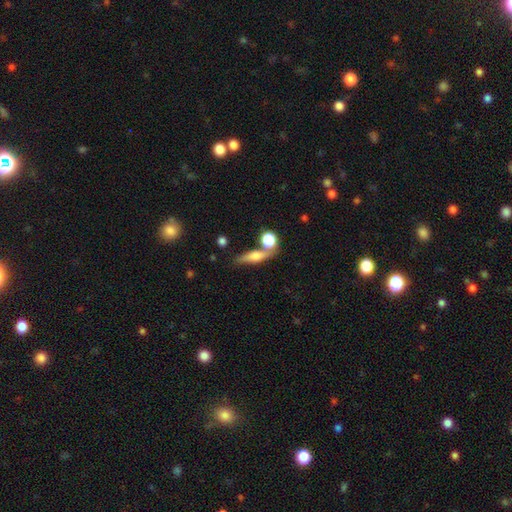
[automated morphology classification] Q: Smooth or featured?
A: smooth (57%); runner-up: featured or disk (34%)
Q: How rounded?
A: cigar-shaped (52%); runner-up: in between (36%)
Q: Merging?
A: none (62%); runner-up: merger (19%)